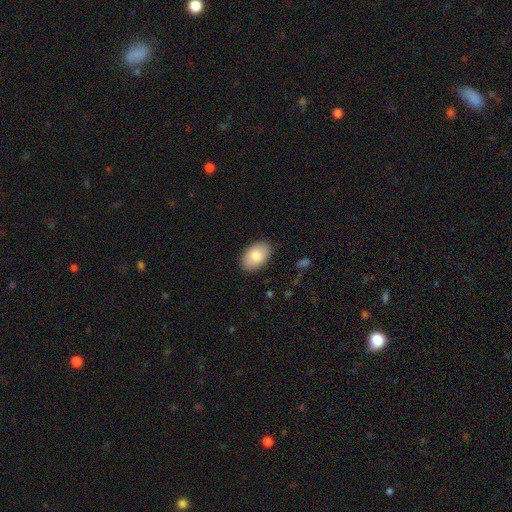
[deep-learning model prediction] Smooth or featured? Predicted: smooth (p=0.83). How rounded? Predicted: in between (p=0.91). Merging? Predicted: none (p=0.87).